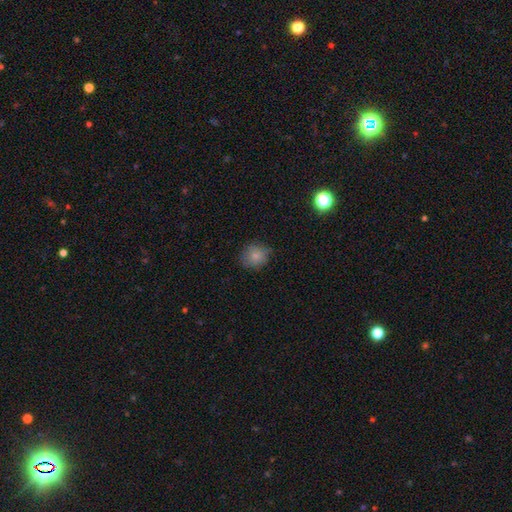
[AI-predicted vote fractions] Smooth or featured? Predicted: smooth (p=0.82). How rounded? Predicted: round (p=0.82). Merging? Predicted: none (p=0.75).